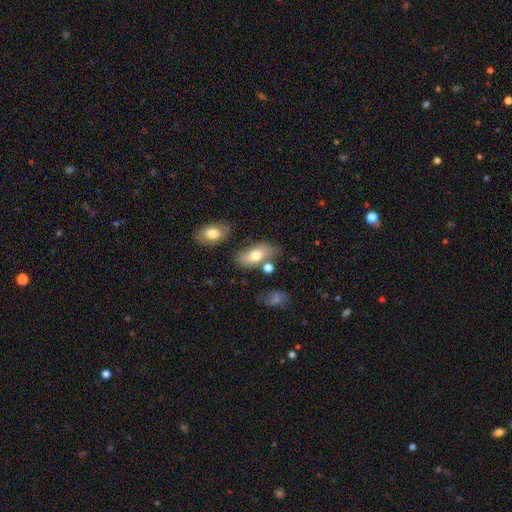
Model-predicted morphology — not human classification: This is likely a smooth galaxy (71%). How rounded: clearly in between (89%). Merging: likely none (66%).